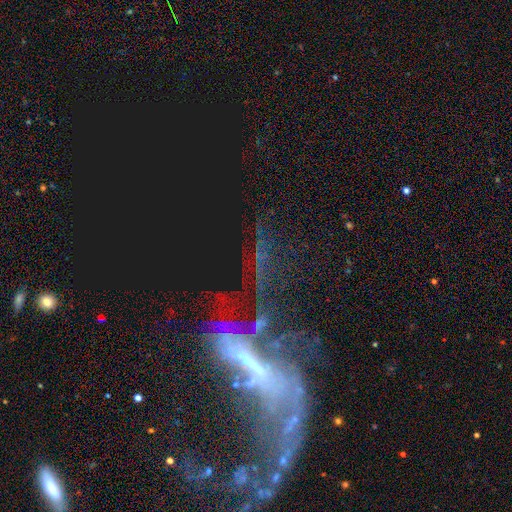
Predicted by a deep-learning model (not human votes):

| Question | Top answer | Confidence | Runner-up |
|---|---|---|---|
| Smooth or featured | featured or disk | 56% | star or artifact (29%) |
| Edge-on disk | no | 73% | yes (27%) |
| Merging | major disturbance | 35% | none (32%) |